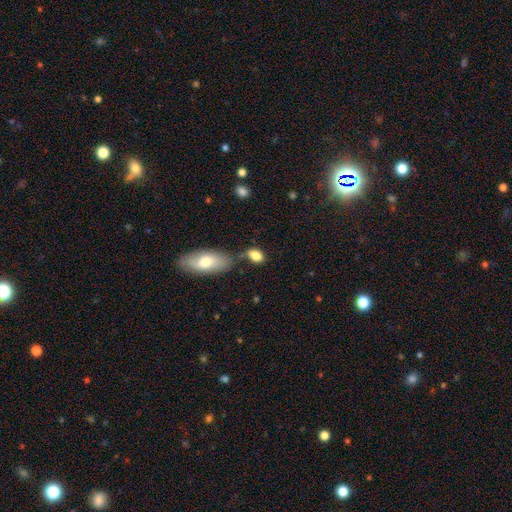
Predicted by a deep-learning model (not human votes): Smooth or featured?
  - smooth: 84% *
  - featured or disk: 9%
  - star or artifact: 8%
How rounded?
  - in between: 81% *
  - round: 15%
  - cigar-shaped: 3%
Merging?
  - none: 51% *
  - merger: 21%
  - minor disturbance: 20%
  - major disturbance: 8%